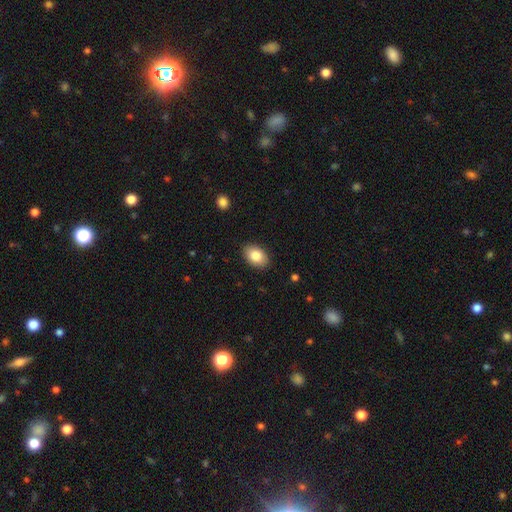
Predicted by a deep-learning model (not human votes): The model was most divided on "smooth or featured": smooth: 84%, featured or disk: 9%, star or artifact: 7%. More confident: merging — none (89%); how rounded — in between (88%).